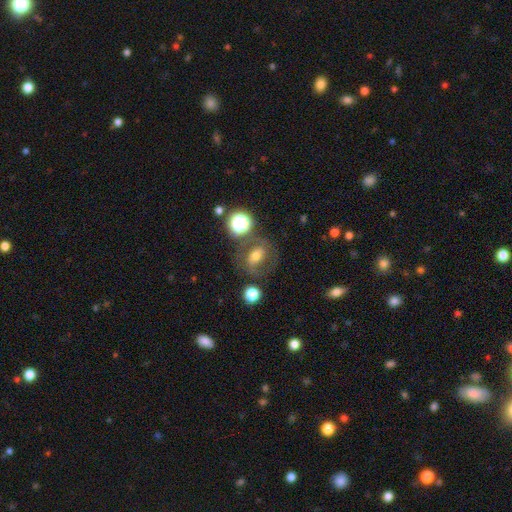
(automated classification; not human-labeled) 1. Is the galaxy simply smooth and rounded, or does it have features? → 46% featured or disk, 39% smooth, 15% star or artifact.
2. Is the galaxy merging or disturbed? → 66% none, 16% minor disturbance, 11% major disturbance, 7% merger.